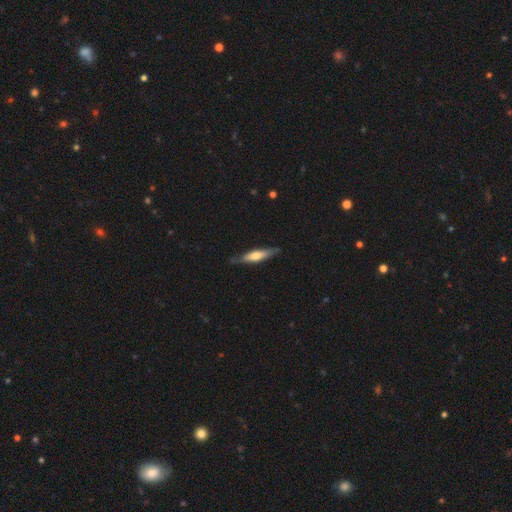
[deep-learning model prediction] A smooth galaxy with no disk features (48%).

Vote fractions:
- Smooth or featured? smooth: 48% / featured or disk: 46% / star or artifact: 5%
- Merging? none: 79% / minor disturbance: 17% / major disturbance: 3% / merger: 1%